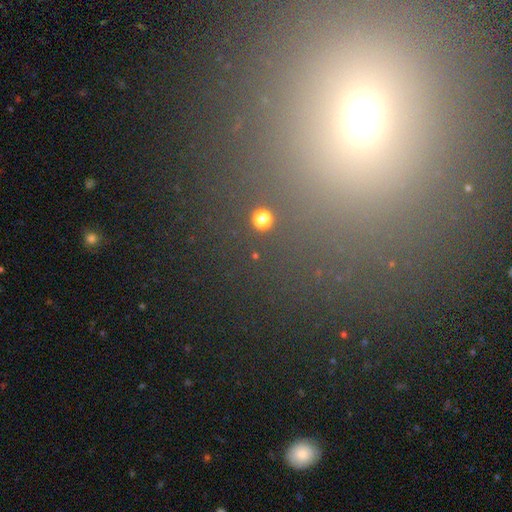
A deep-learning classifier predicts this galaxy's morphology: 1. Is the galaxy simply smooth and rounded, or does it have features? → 60% star or artifact, 30% smooth, 11% featured or disk.